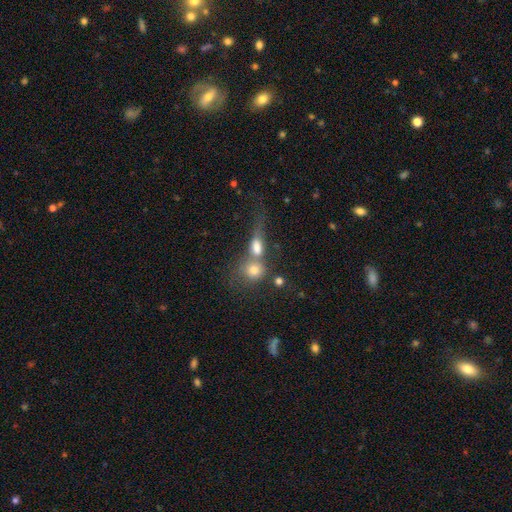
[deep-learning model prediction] This appears to be a smooth galaxy with no disk features (56%) that is round (63%). Merging: merger (61%).